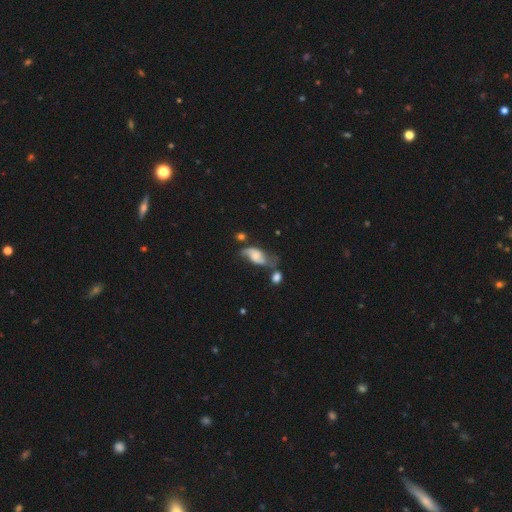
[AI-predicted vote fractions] The model was most divided on "bulge size": small: 31%, none: 26%, moderate: 25%, large: 14%, dominant: 4%. Remaining: edge-on disk — no (91%); spiral arms — yes (85%); bar — no (60%); smooth or featured — featured or disk (58%); merging — none (38%).